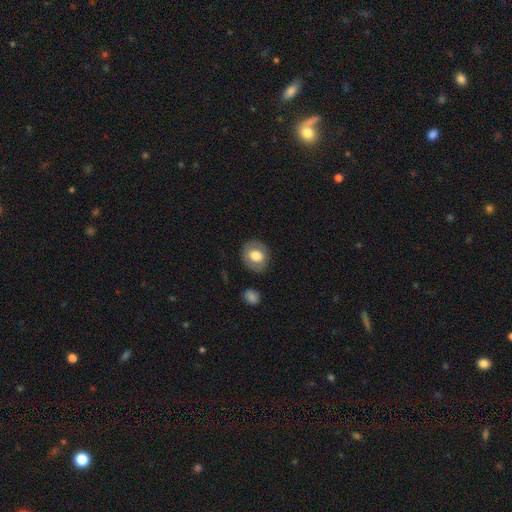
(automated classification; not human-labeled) Morphology: type=smooth (68%); roundness=round (65%); merging=none (84%).